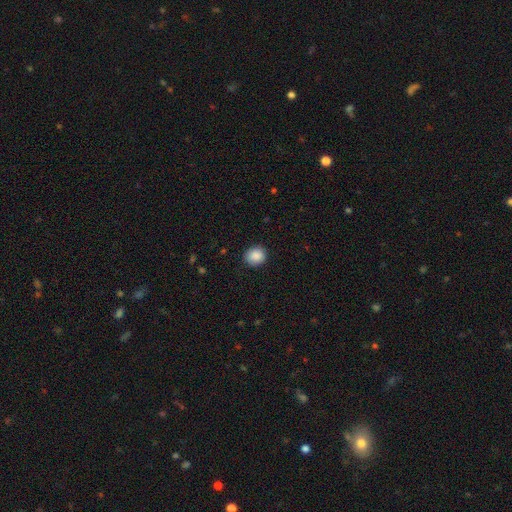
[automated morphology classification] smooth 88%, star or artifact 8%, featured or disk 3%. Down the decision tree: how rounded — round (76%); merging — none (88%).